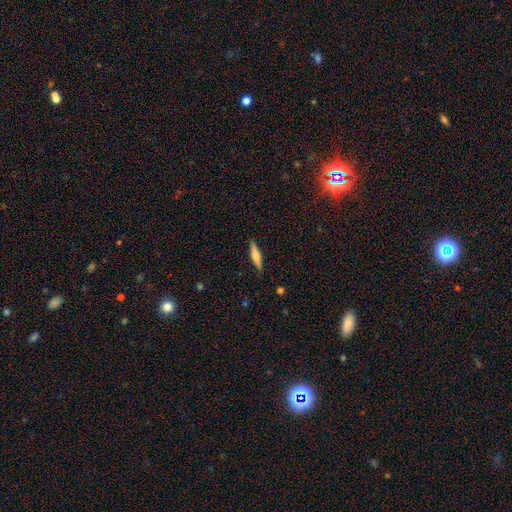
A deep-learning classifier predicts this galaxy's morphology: The model was most divided on "smooth or featured": smooth: 56%, featured or disk: 38%, star or artifact: 6%. More confident: merging — none (90%); how rounded — cigar-shaped (84%).